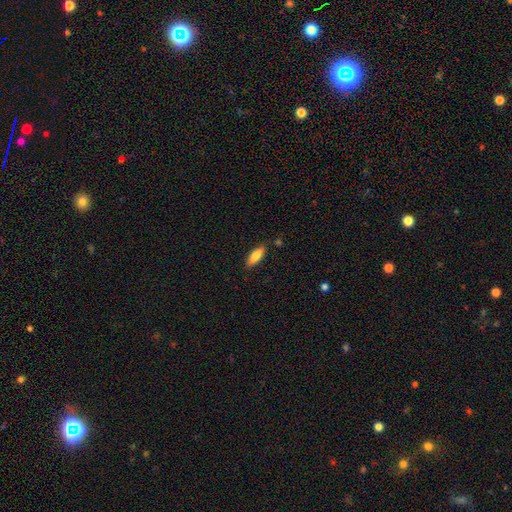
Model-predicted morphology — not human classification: A smooth galaxy with no disk features (77%) that is in between round and cigar-shaped (58%). Merging: none (83%).